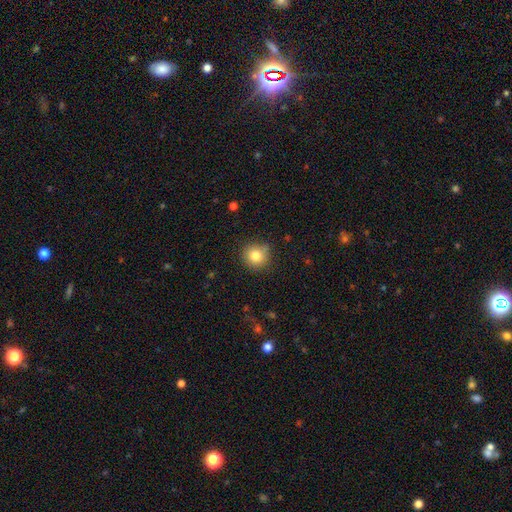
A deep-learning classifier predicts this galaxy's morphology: A smooth galaxy with no disk features (82%) that is round (91%). Merging: none (84%).